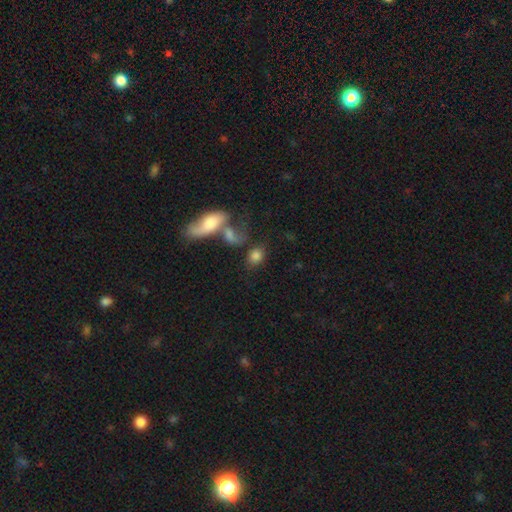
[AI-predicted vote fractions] A smooth galaxy with no disk features (79%) that is in between round and cigar-shaped (66%).

Vote fractions:
- Smooth or featured? smooth: 79% / featured or disk: 11% / star or artifact: 9%
- How rounded? in between: 66% / round: 30% / cigar-shaped: 4%
- Merging? none: 43% / merger: 33% / minor disturbance: 13% / major disturbance: 11%